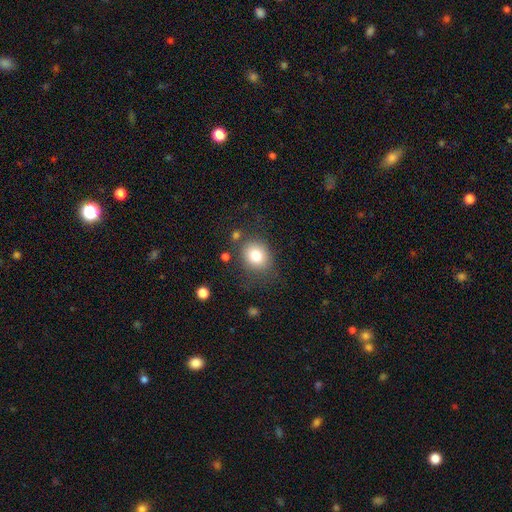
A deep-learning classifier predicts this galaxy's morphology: A smooth galaxy with no disk features (79%) that is round (66%).

Vote fractions:
- Smooth or featured? smooth: 79% / star or artifact: 11% / featured or disk: 10%
- How rounded? round: 66% / in between: 33% / cigar-shaped: 1%
- Merging? none: 72% / minor disturbance: 16% / major disturbance: 7% / merger: 5%